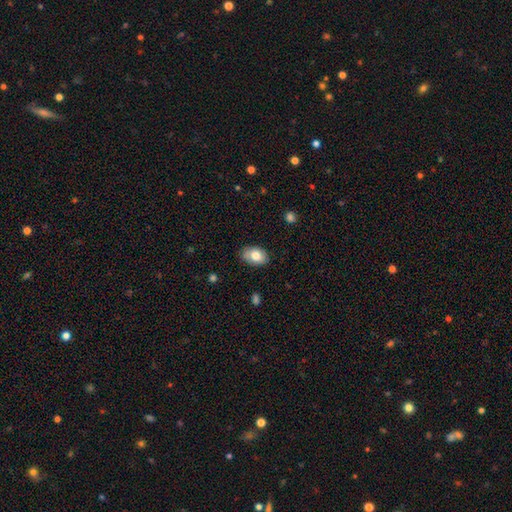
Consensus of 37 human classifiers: smooth-or-featured: smooth: 84% | featured or disk: 16% | star or artifact: 0%
  how-rounded: in between: 97% | round: 3% | cigar-shaped: 0%
  merging: none: 86% | minor disturbance: 8% | merger: 5% | major disturbance: 0%